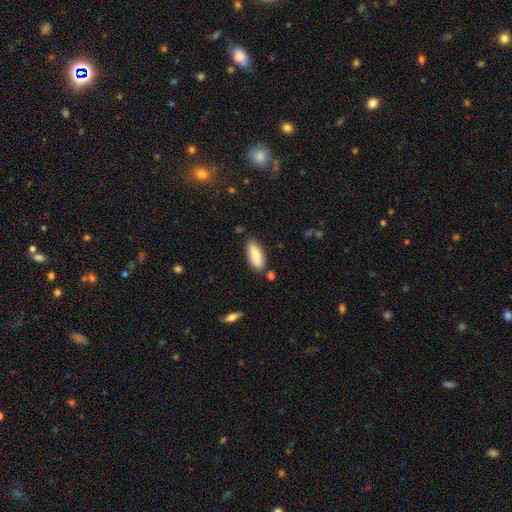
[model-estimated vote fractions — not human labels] smooth 79%, featured or disk 15%, star or artifact 6%. Down the decision tree: how rounded — in between (78%); merging — none (80%).